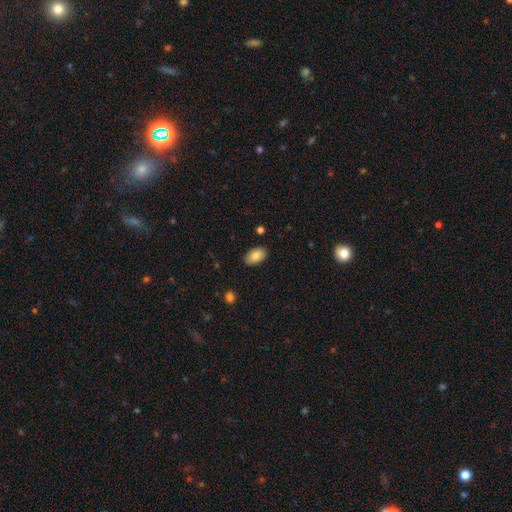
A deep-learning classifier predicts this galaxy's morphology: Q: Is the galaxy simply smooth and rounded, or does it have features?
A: smooth — 86%.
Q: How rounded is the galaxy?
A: in between — 94%.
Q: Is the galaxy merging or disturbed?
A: none — 87%.